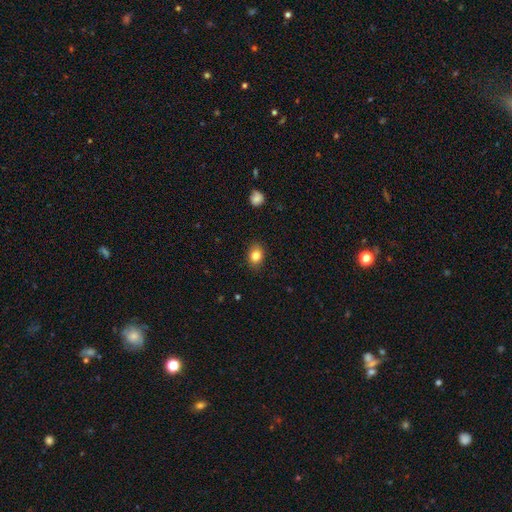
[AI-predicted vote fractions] The model was most divided on "how rounded": in between: 61%, round: 38%, cigar-shaped: 1%. More confident: merging — none (87%); smooth or featured — smooth (83%).